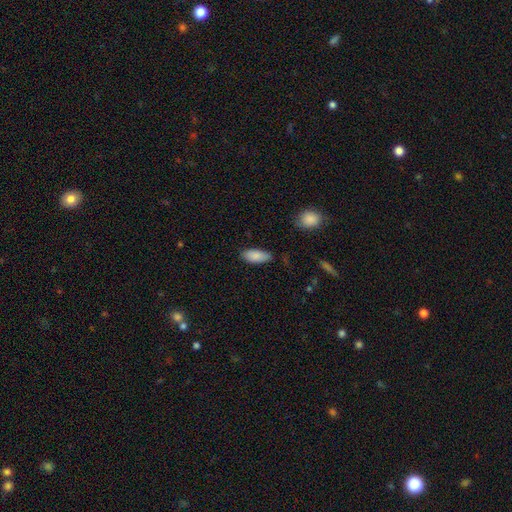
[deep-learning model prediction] This is clearly a smooth galaxy (87%). How rounded: clearly in between (83%). Merging: likely none (79%).